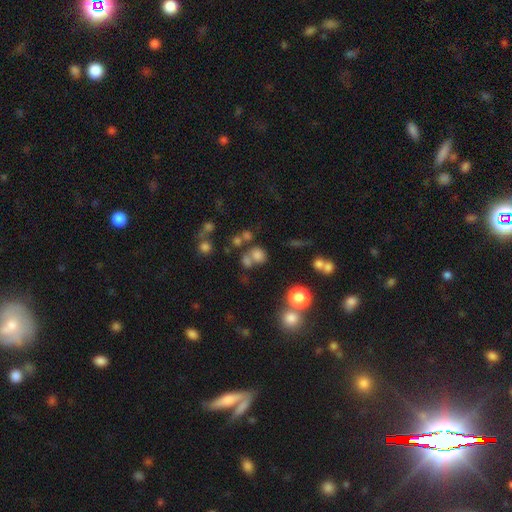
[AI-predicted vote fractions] Smooth or featured?
  - smooth: 68% *
  - star or artifact: 20%
  - featured or disk: 12%
How rounded?
  - round: 74% *
  - in between: 25%
  - cigar-shaped: 1%
Merging?
  - none: 49% *
  - merger: 33%
  - minor disturbance: 11%
  - major disturbance: 7%